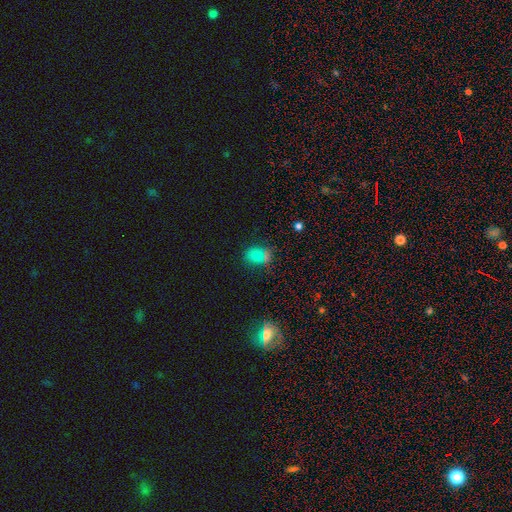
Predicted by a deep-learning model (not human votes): The model was most divided on "how rounded": round: 52%, in between: 47%, cigar-shaped: 2%. More confident: merging — none (69%); smooth or featured — smooth (67%).